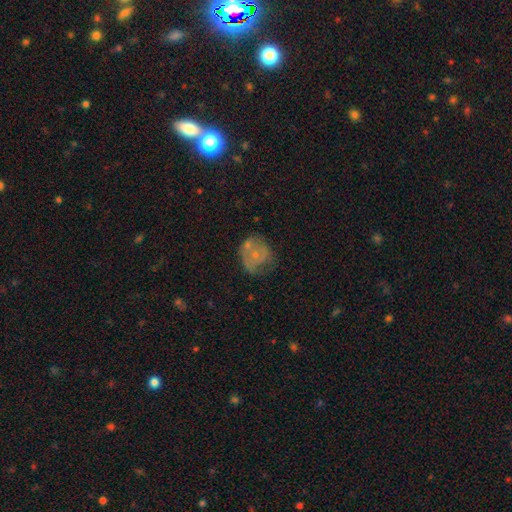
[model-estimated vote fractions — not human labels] The model was most divided on "smooth or featured": featured or disk: 48%, smooth: 41%, star or artifact: 11%. Remaining: merging — none (44%).